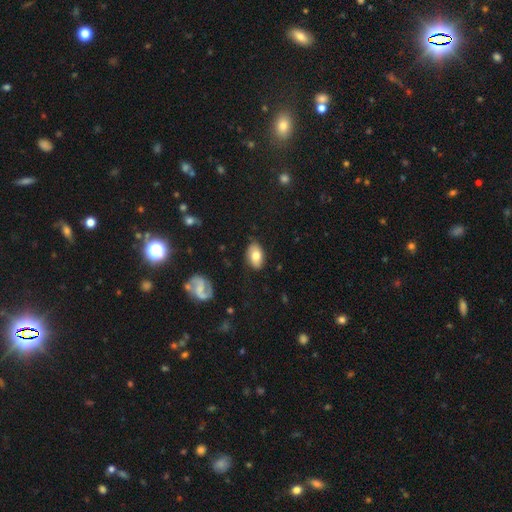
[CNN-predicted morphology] Smooth or featured: smooth — 74% (featured or disk — 19%)
How rounded: in between — 92% (round — 7%)
Merging: none — 80% (minor disturbance — 15%)